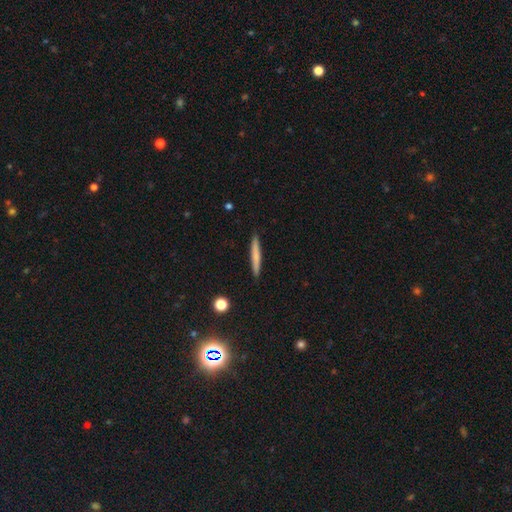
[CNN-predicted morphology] This is likely a smooth galaxy (69%). How rounded: clearly cigar-shaped (96%). Merging: clearly none (91%).